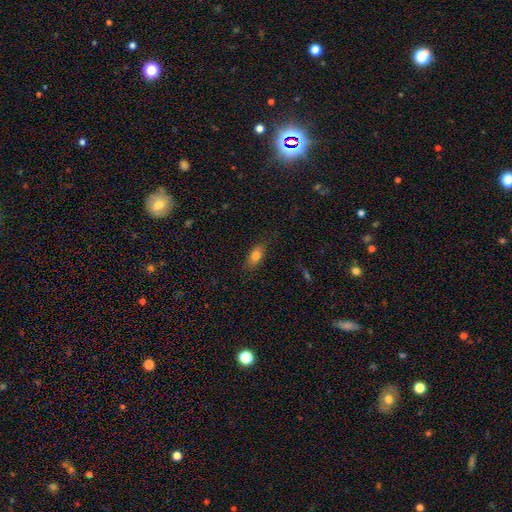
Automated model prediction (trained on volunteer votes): Q: Smooth or featured?
A: smooth (78%); runner-up: featured or disk (13%)
Q: How rounded?
A: in between (81%); runner-up: cigar-shaped (12%)
Q: Merging?
A: none (75%); runner-up: minor disturbance (18%)